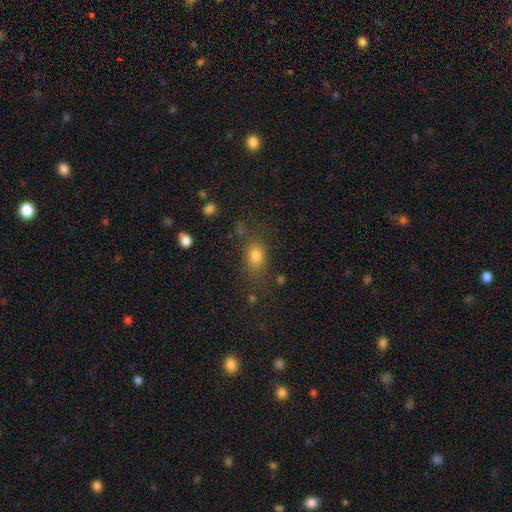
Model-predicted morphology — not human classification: smooth 78%, star or artifact 14%, featured or disk 9%. Down the decision tree: how rounded — in between (66%); merging — none (68%).